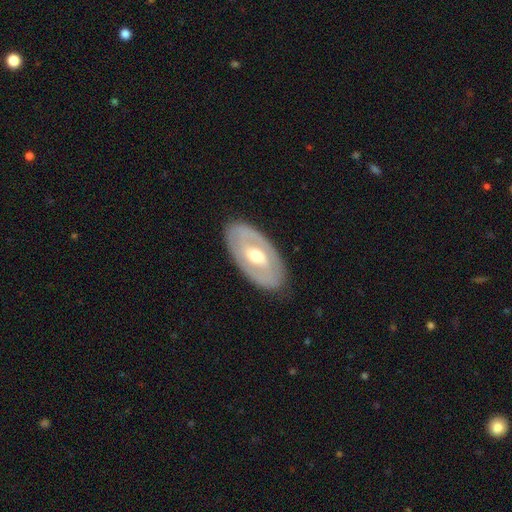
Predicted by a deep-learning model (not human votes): A featured or disk galaxy (68%) with no bar (39%), no spiral arms (56%) and a moderate central bulge (70%). Merging: none (85%).